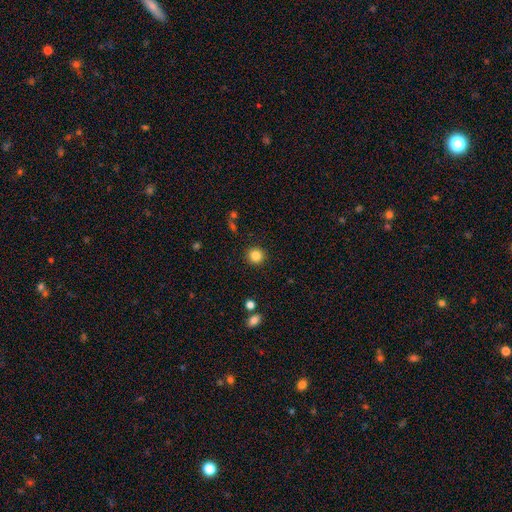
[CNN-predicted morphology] Smooth or featured? smooth (85%)
How rounded? round (92%)
Merging? none (91%)